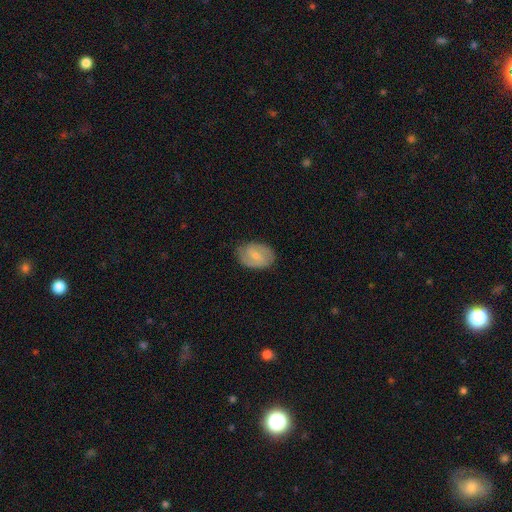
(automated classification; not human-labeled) A featured or disk galaxy (54%) with a weak bar (58%), spiral arms (86%) and a small central bulge (54%). Merging: none (77%).